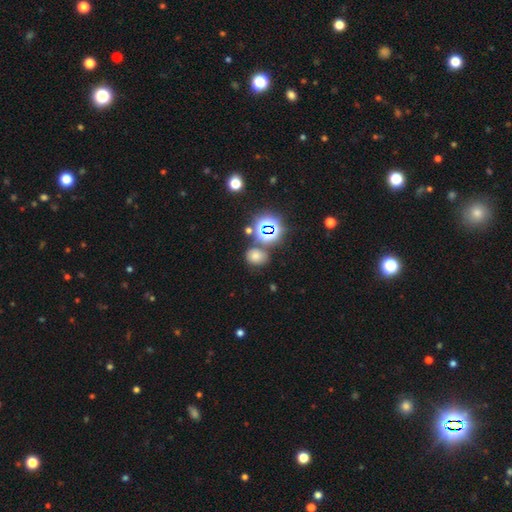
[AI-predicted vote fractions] Smooth or featured? Predicted: smooth (p=0.61). How rounded? Predicted: round (p=0.56). Merging? Predicted: none (p=0.69).